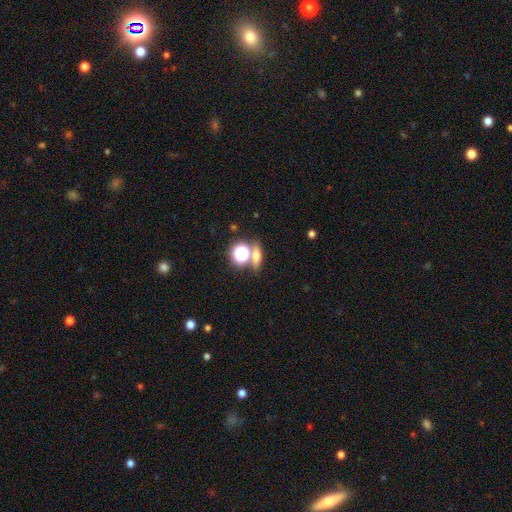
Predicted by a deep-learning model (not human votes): Overall: smooth (54%; star or artifact 26%). How rounded: round (39%; in between 35%). Merging: none (68%).